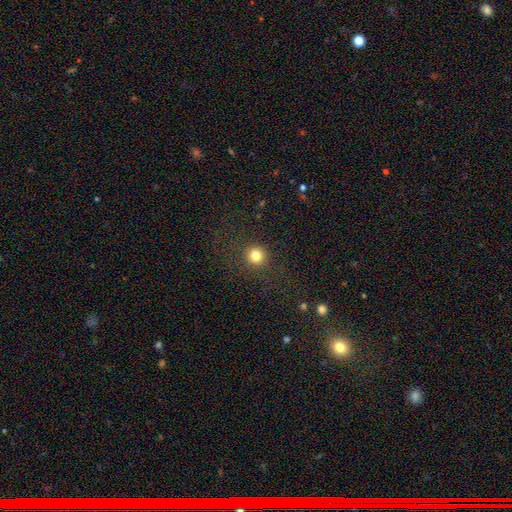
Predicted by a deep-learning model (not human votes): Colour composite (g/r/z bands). It shows a smooth galaxy with no disk features (80%) that is round (94%). Merging: none (88%).